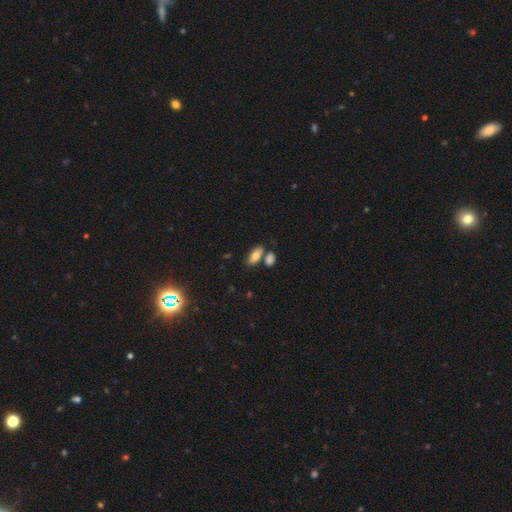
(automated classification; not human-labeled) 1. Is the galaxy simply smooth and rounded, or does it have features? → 78% smooth, 14% featured or disk, 8% star or artifact.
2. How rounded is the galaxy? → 85% in between, 11% cigar-shaped, 4% round.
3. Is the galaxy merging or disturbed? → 59% none, 25% merger, 12% minor disturbance, 4% major disturbance.